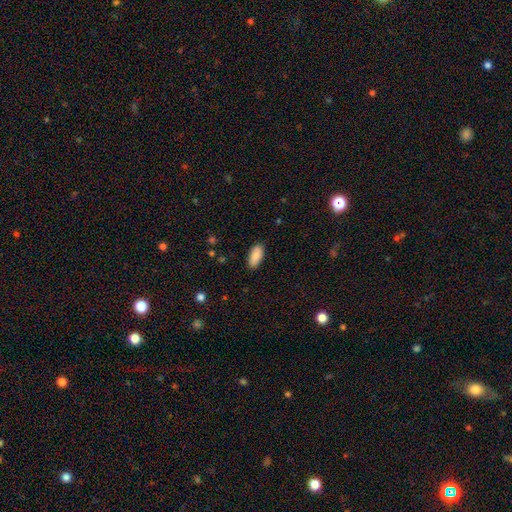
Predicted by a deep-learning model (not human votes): smooth-or-featured: smooth: 88% | star or artifact: 6% | featured or disk: 6%
  how-rounded: in between: 89% | cigar-shaped: 9% | round: 2%
  merging: none: 87% | minor disturbance: 10% | major disturbance: 2% | merger: 1%